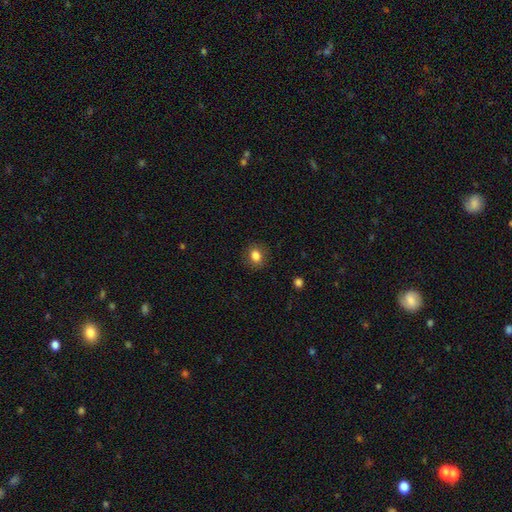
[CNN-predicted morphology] The model was most divided on "how rounded": round: 57%, in between: 42%, cigar-shaped: 1%. More confident: merging — none (85%); smooth or featured — smooth (82%).